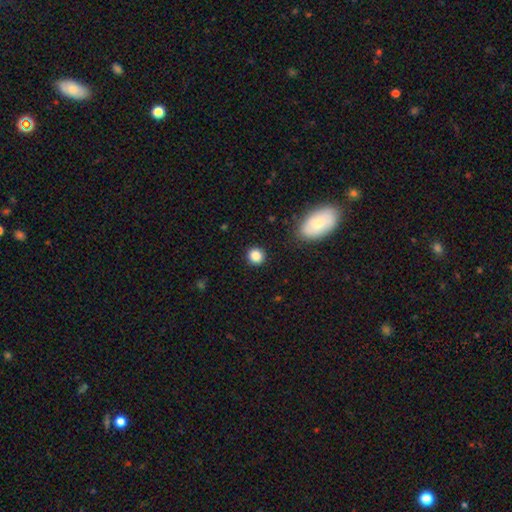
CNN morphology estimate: Smooth or featured? Predicted: smooth (p=0.86). How rounded? Predicted: round (p=0.90). Merging? Predicted: none (p=0.90).